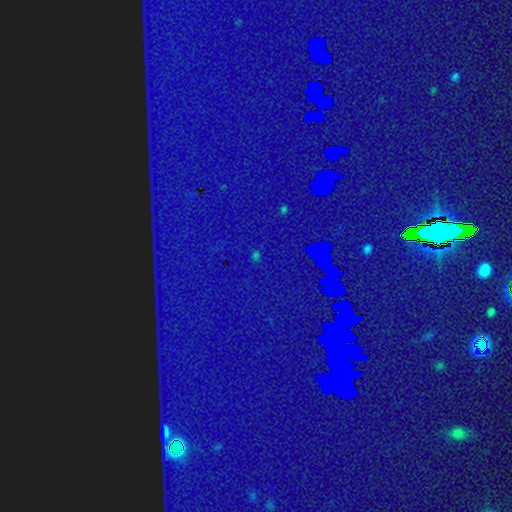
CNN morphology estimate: star or artifact 87%, featured or disk 7%, smooth 6%.